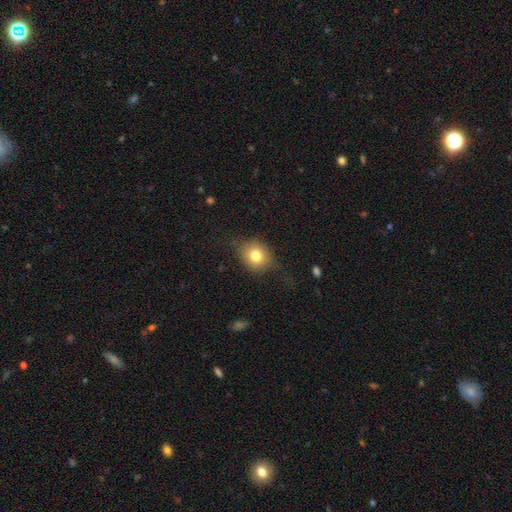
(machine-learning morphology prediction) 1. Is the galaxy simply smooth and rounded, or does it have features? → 77% smooth, 12% featured or disk, 11% star or artifact.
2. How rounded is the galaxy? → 74% round, 25% in between, 1% cigar-shaped.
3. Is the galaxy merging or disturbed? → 73% none, 19% minor disturbance, 7% major disturbance, 1% merger.